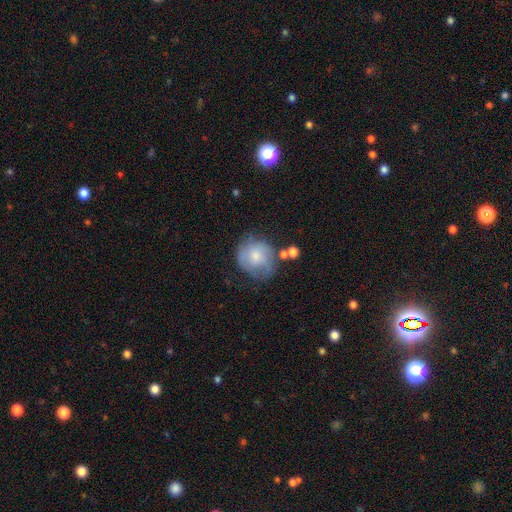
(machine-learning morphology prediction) Smooth or featured?
  - smooth: 57% *
  - featured or disk: 35%
  - star or artifact: 8%
How rounded?
  - round: 81% *
  - in between: 18%
  - cigar-shaped: 1%
Merging?
  - none: 54% *
  - minor disturbance: 27%
  - major disturbance: 13%
  - merger: 7%